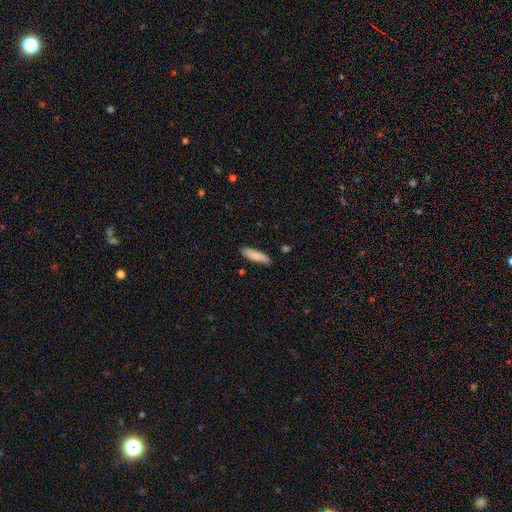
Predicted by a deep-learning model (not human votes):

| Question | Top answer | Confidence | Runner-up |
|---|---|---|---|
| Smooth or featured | smooth | 83% | featured or disk (11%) |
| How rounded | cigar-shaped | 65% | in between (33%) |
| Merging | none | 86% | minor disturbance (11%) |